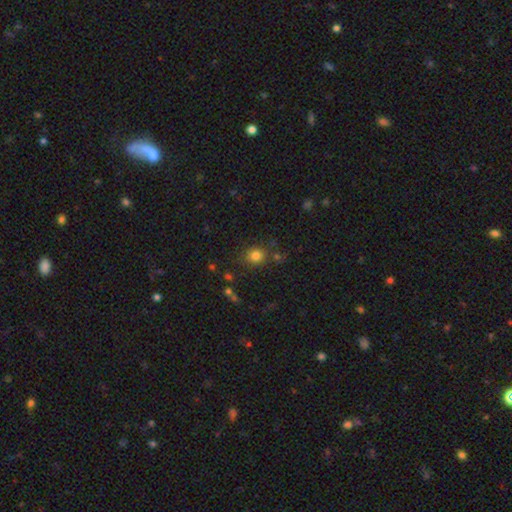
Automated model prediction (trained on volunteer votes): Q: Smooth or featured?
A: smooth (80%); runner-up: star or artifact (14%)
Q: How rounded?
A: round (80%); runner-up: in between (19%)
Q: Merging?
A: none (77%); runner-up: minor disturbance (12%)